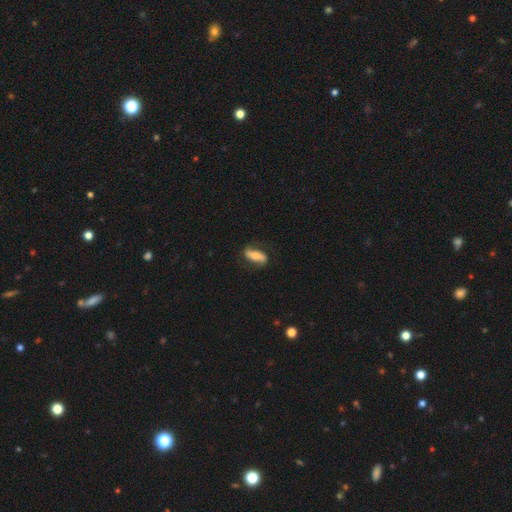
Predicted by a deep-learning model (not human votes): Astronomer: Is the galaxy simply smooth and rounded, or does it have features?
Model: featured or disk — 51% (runner-up: smooth, 42%).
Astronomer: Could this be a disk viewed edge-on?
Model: no — 86%.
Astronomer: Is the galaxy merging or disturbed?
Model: none — 72%.